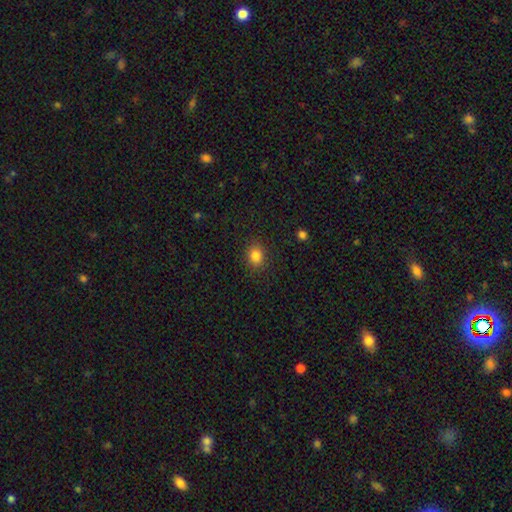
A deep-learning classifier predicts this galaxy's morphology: Smooth or featured? Predicted: smooth (p=0.84). How rounded? Predicted: round (p=0.57). Merging? Predicted: none (p=0.87).